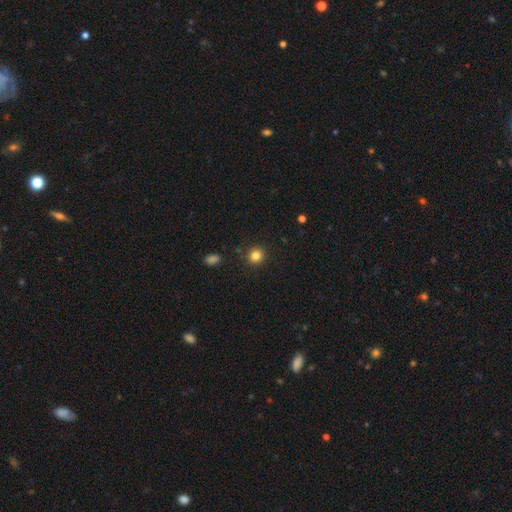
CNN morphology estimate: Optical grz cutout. It shows a smooth galaxy with no disk features (83%) that is round (91%). Merging: none (90%).